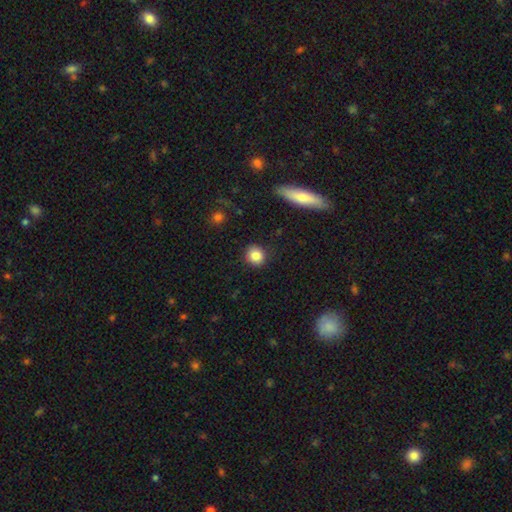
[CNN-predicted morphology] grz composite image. It shows a smooth galaxy with no disk features (85%) that is round (86%). Merging: none (88%).